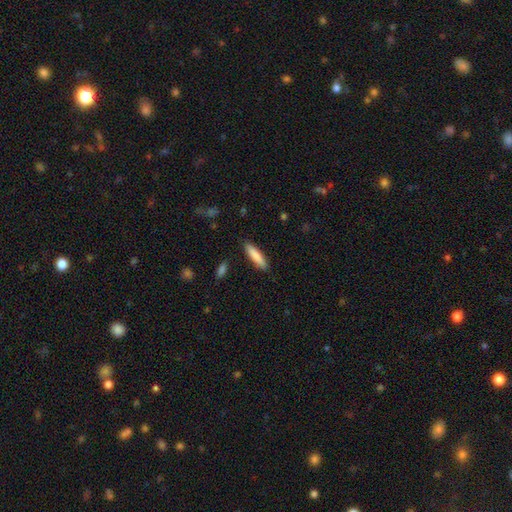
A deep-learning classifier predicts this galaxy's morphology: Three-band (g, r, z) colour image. It shows a smooth galaxy with no disk features (84%) that is cigar-shaped (78%). Merging: none (89%).